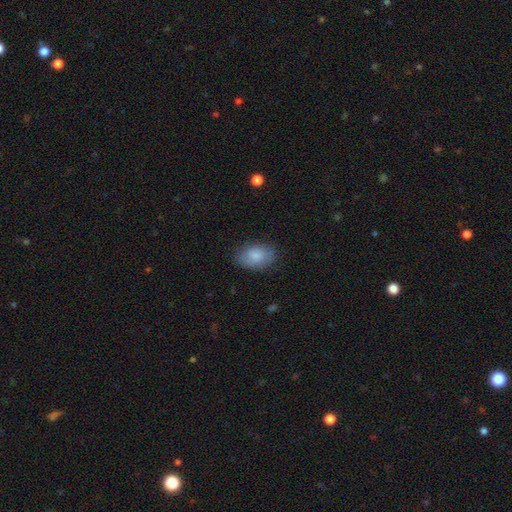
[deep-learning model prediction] Smooth or featured: smooth — 83% (featured or disk — 10%)
How rounded: in between — 91% (round — 8%)
Merging: none — 81% (minor disturbance — 14%)